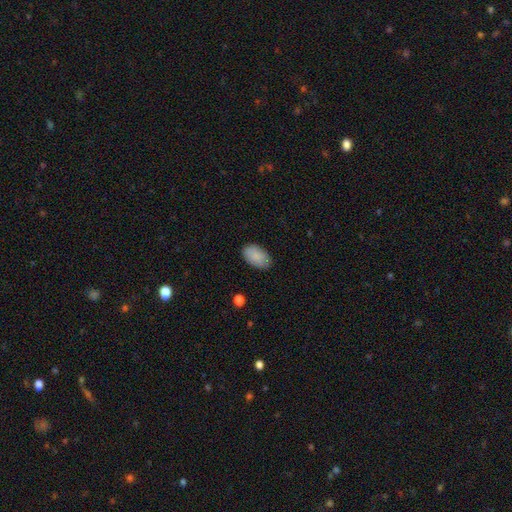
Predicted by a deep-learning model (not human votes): A smooth galaxy with no disk features (88%) that is in between round and cigar-shaped (93%).

Vote fractions:
- Smooth or featured? smooth: 88% / star or artifact: 6% / featured or disk: 5%
- How rounded? in between: 93% / round: 6% / cigar-shaped: 1%
- Merging? none: 85% / minor disturbance: 12% / major disturbance: 2% / merger: 1%